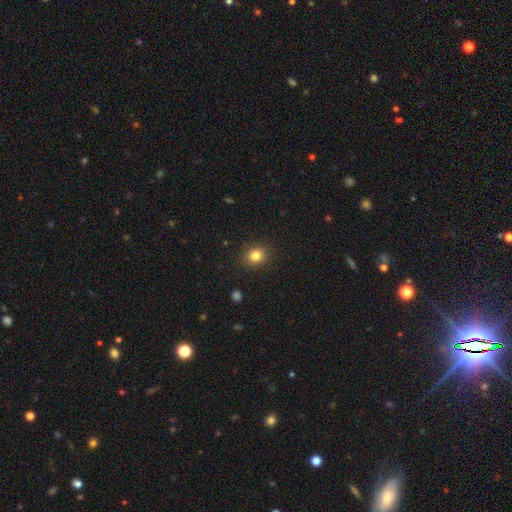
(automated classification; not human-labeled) Q: Smooth or featured?
A: smooth (82%); runner-up: star or artifact (12%)
Q: How rounded?
A: round (73%); runner-up: in between (26%)
Q: Merging?
A: none (89%); runner-up: minor disturbance (8%)